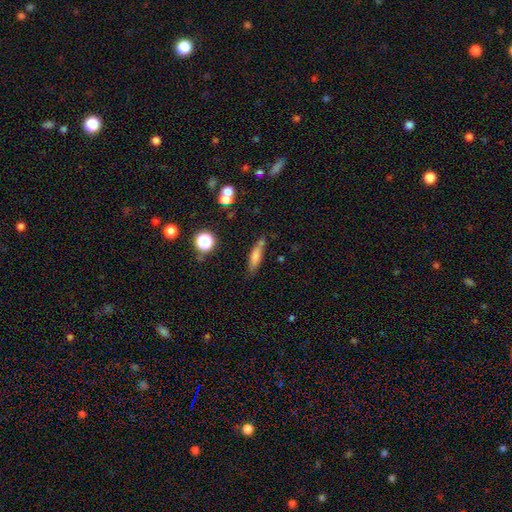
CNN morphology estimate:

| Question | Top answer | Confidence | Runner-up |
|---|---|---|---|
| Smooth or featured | smooth | 69% | featured or disk (20%) |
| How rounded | cigar-shaped | 68% | in between (28%) |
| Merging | none | 68% | minor disturbance (19%) |